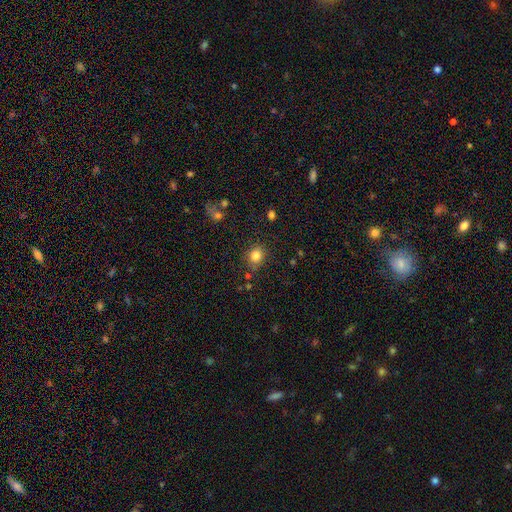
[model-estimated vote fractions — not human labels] A smooth galaxy with no disk features (82%) that is round (71%). Merging: none (79%).